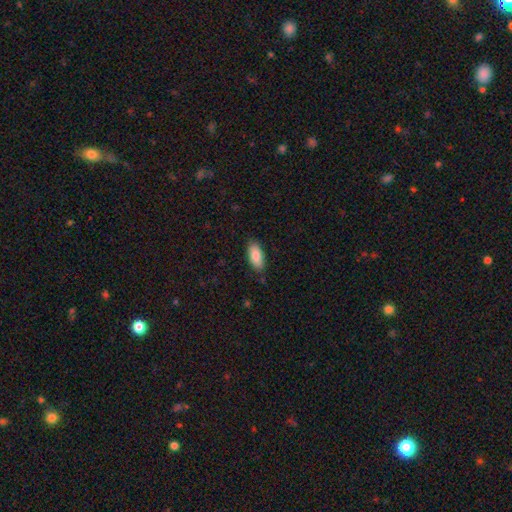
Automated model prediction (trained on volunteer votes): The model was most divided on "merging": none: 85%, minor disturbance: 12%, major disturbance: 2%, merger: 1%. More confident: how rounded — in between (88%); smooth or featured — smooth (87%).